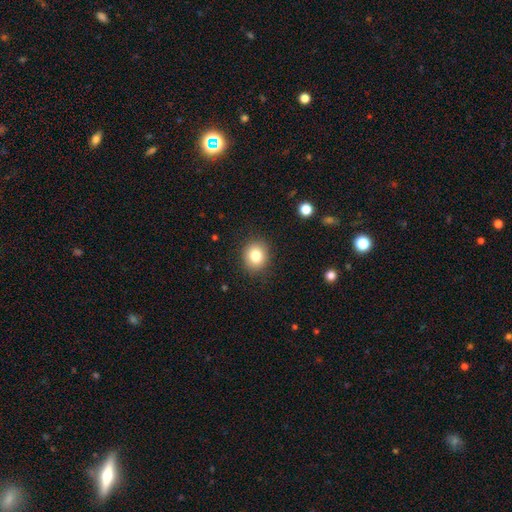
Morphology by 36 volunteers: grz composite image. It shows a smooth galaxy with no disk features (72%) that is round (85%). Merging: none (94%).